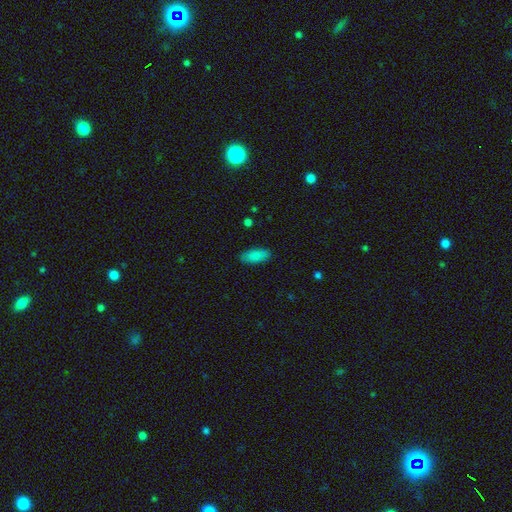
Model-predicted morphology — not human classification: smooth_or_featured: smooth (p=0.87) [alt: star or artifact p=0.07]
how_rounded: in between (p=0.84) [alt: cigar-shaped p=0.14]
merging: none (p=0.88) [alt: minor disturbance p=0.09]